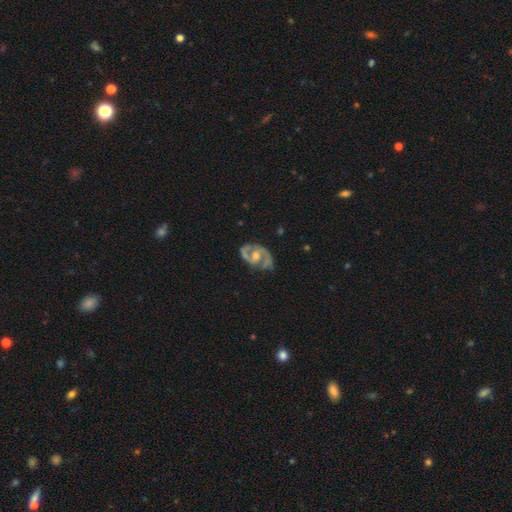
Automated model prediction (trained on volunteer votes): smooth_or_featured: featured or disk (p=0.88) [alt: smooth p=0.07]
disk_edge_on: no (p=0.97) [alt: yes p=0.03]
bar: no (p=0.43) [alt: weak p=0.42]
has_spiral_arms: yes (p=0.94) [alt: no p=0.06]
spiral_winding: medium (p=0.57) [alt: tight p=0.27]
spiral_arm_count: 2 (p=0.91) [alt: can't tell p=0.03]
bulge_size: moderate (p=0.62) [alt: small p=0.22]
merging: none (p=0.78) [alt: minor disturbance p=0.14]